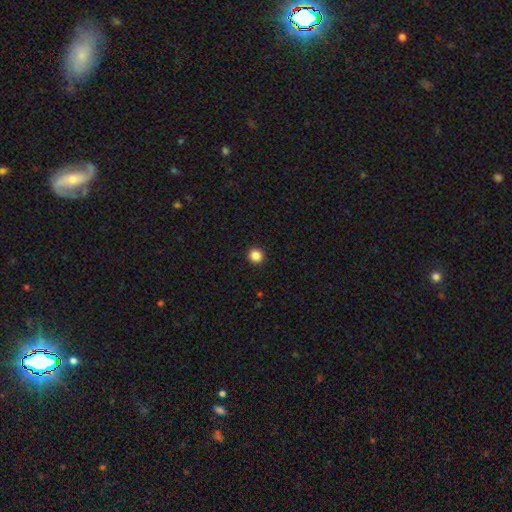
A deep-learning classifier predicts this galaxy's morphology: smooth_or_featured: smooth (p=0.86) [alt: star or artifact p=0.11]
how_rounded: round (p=0.94) [alt: in between p=0.05]
merging: none (p=0.93) [alt: minor disturbance p=0.04]